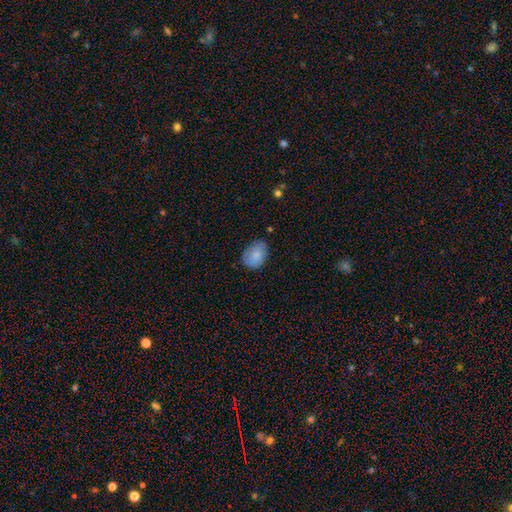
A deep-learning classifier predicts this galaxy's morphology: smooth 82%, featured or disk 11%, star or artifact 7%. Down the decision tree: how rounded — in between (80%); merging — none (69%).